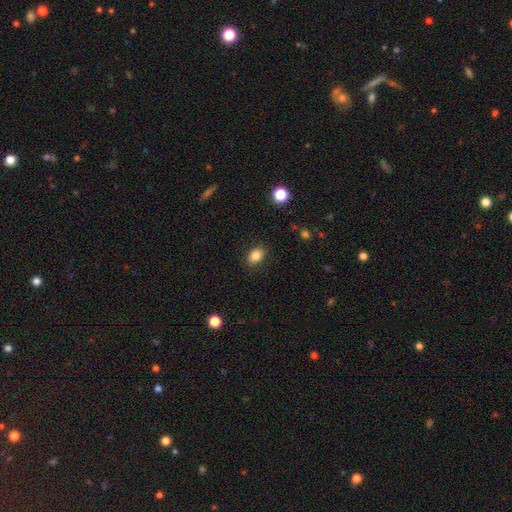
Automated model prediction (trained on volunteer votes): smooth-or-featured: smooth: 84% | star or artifact: 10% | featured or disk: 6%
  how-rounded: in between: 72% | round: 26% | cigar-shaped: 1%
  merging: none: 87% | minor disturbance: 9% | major disturbance: 3% | merger: 1%